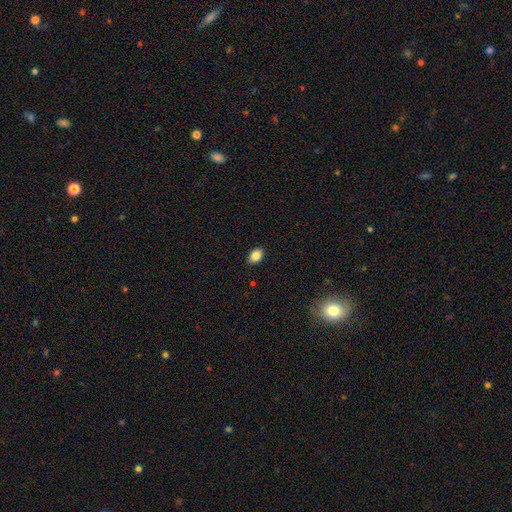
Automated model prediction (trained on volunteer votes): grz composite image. It shows a smooth galaxy with no disk features (86%) that is in between round and cigar-shaped (83%). Merging: none (89%).